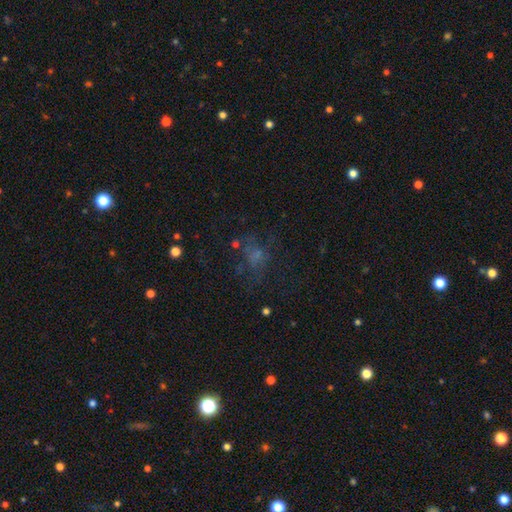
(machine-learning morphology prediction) The model was most divided on "smooth or featured": smooth: 39%, featured or disk: 33%, star or artifact: 28%. Remaining: merging — none (49%).